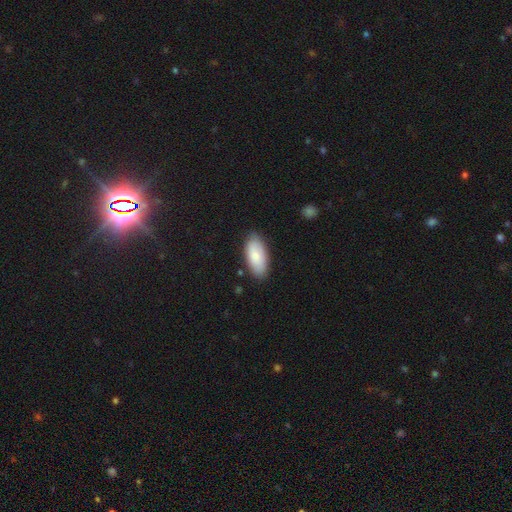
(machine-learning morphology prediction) type=smooth (79%); roundness=in between (91%); merging=none (82%).